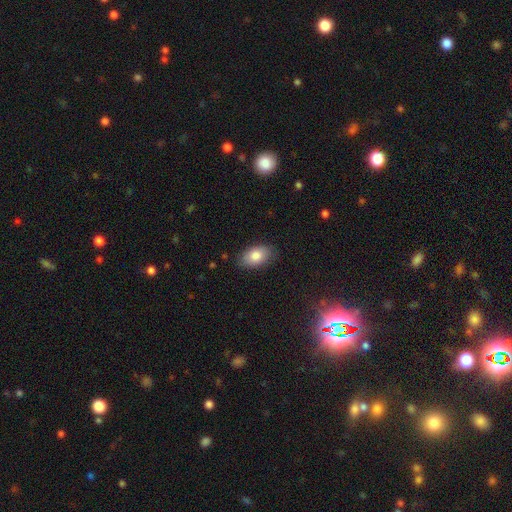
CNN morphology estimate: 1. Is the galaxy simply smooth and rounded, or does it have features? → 83% smooth, 10% featured or disk, 7% star or artifact.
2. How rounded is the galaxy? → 92% in between, 6% round, 2% cigar-shaped.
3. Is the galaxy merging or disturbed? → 85% none, 12% minor disturbance, 3% major disturbance, 1% merger.